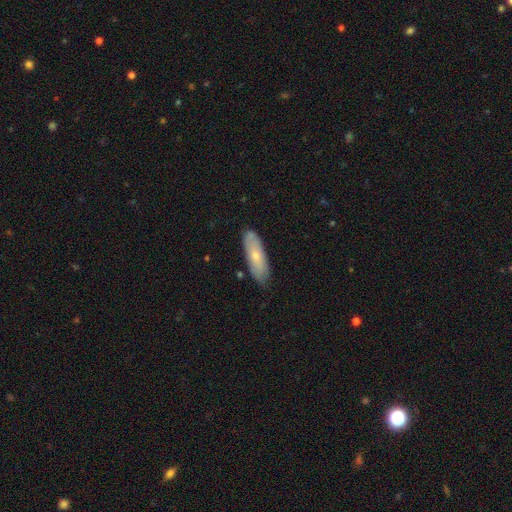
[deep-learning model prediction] Overall: smooth (59%; featured or disk 35%). How rounded: in between (54%; cigar-shaped 43%). Merging: none (81%).